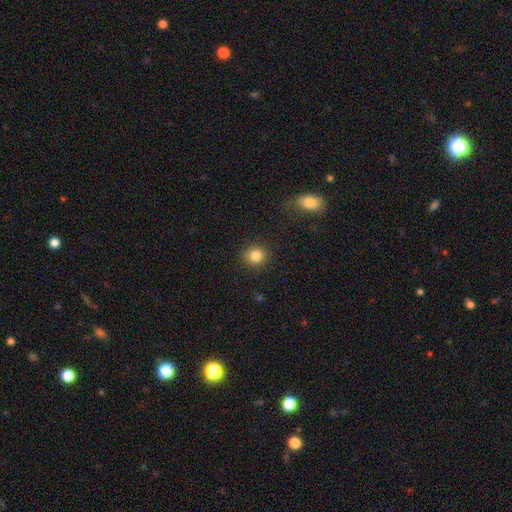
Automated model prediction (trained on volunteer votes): A smooth galaxy with no disk features (84%) that is round (91%). Merging: none (88%).